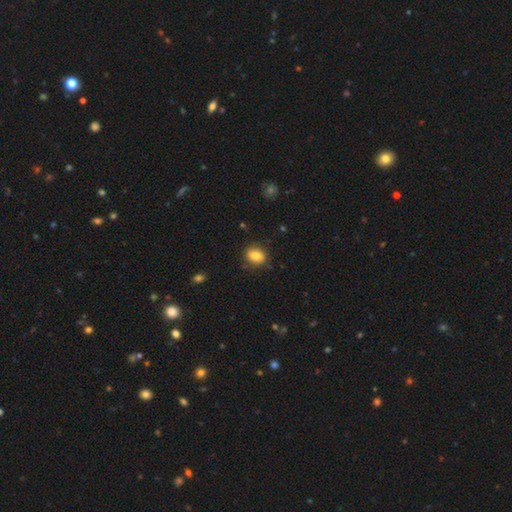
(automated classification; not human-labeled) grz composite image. It shows a smooth galaxy with no disk features (80%) that is in between round and cigar-shaped (56%). Merging: none (83%).